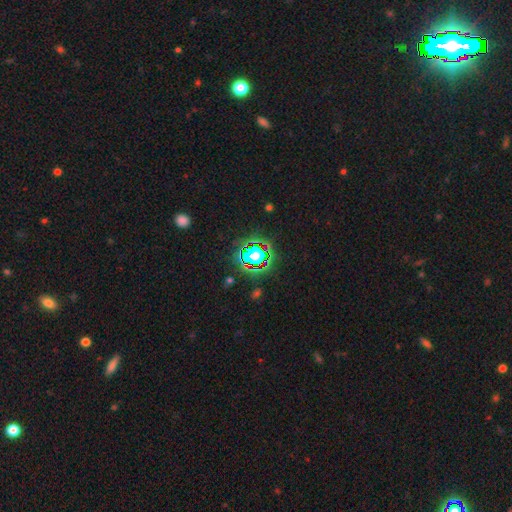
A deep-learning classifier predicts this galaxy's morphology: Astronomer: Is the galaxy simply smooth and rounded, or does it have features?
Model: star or artifact — 68%.